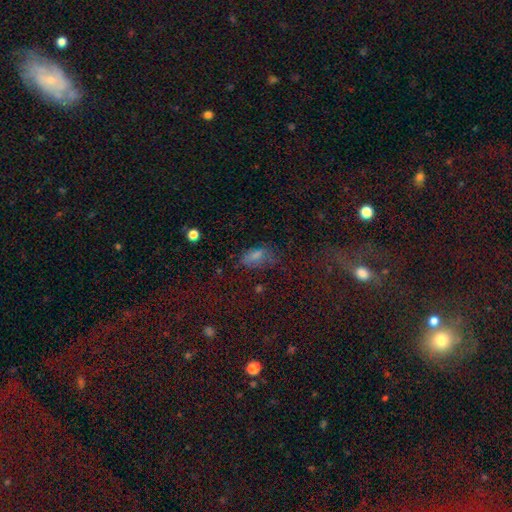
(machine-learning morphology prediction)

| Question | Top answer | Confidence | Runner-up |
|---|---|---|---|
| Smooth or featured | smooth | 66% | star or artifact (20%) |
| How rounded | in between | 86% | cigar-shaped (8%) |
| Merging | none | 52% | minor disturbance (27%) |